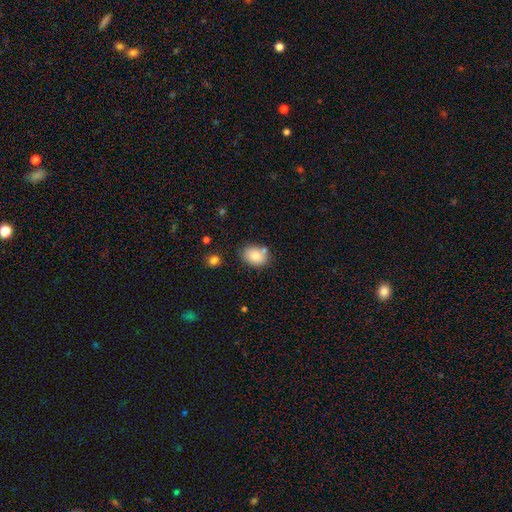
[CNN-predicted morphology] Smooth or featured? Predicted: smooth (p=0.85). How rounded? Predicted: in between (p=0.67). Merging? Predicted: none (p=0.71).